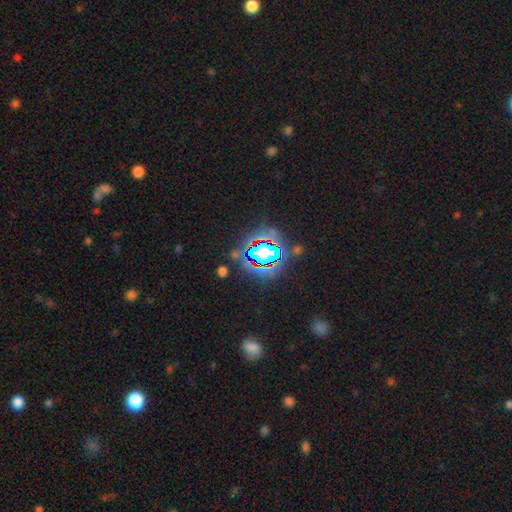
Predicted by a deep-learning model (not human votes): A star or artifact, not a galaxy (80%).

Vote fractions:
- Smooth or featured? star or artifact: 80% / smooth: 13% / featured or disk: 7%